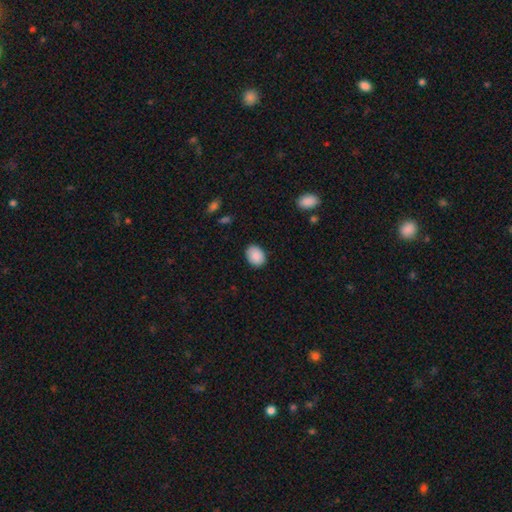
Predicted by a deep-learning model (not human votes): Smooth or featured? Predicted: smooth (p=0.89). How rounded? Predicted: in between (p=0.68). Merging? Predicted: none (p=0.88).